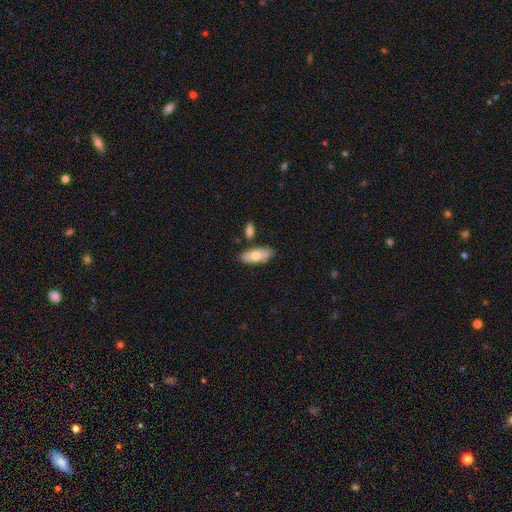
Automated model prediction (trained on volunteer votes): A smooth galaxy with no disk features (64%) that is in between round and cigar-shaped (83%). Merging: none (77%).